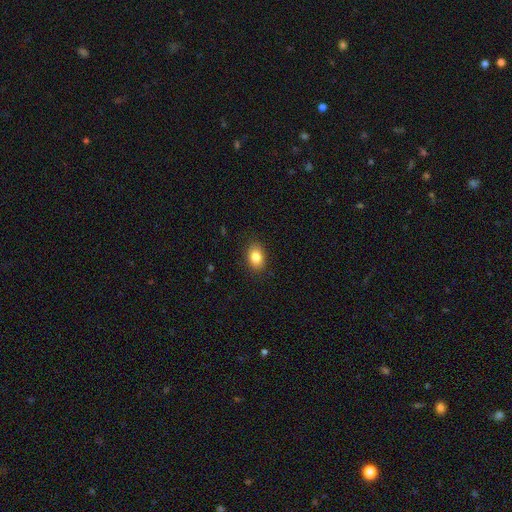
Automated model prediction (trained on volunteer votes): Smooth or featured: smooth — 84% (star or artifact — 9%)
How rounded: in between — 79% (round — 20%)
Merging: none — 87% (minor disturbance — 9%)